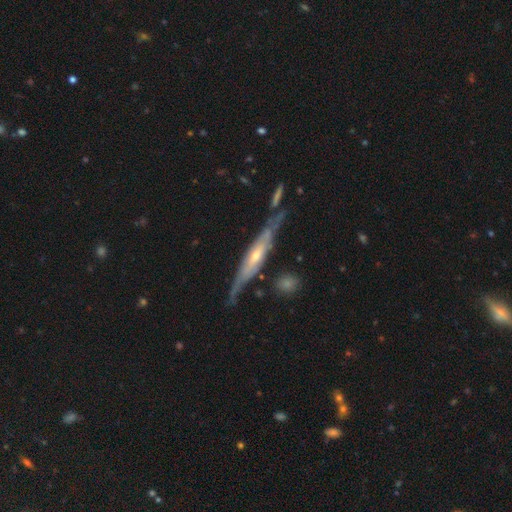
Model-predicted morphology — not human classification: Q: Smooth or featured?
A: featured or disk (79%); runner-up: smooth (16%)
Q: Edge-on disk?
A: yes (80%); runner-up: no (20%)
Q: Edge-on bulge?
A: rounded (62%); runner-up: none (28%)
Q: Merging?
A: none (67%); runner-up: minor disturbance (19%)